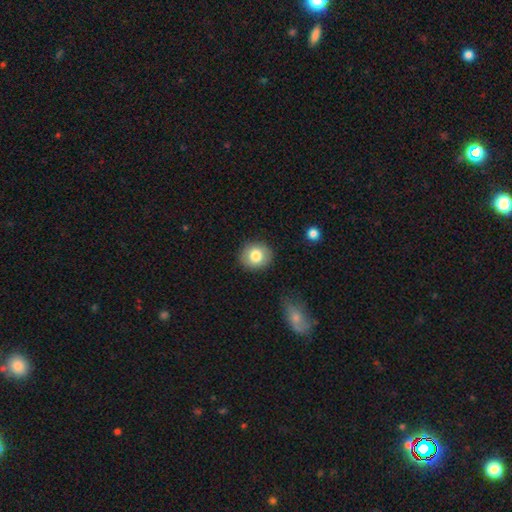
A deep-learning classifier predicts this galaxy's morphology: This appears to be a smooth galaxy with no disk features (80%) that is round (83%). Merging: none (88%).